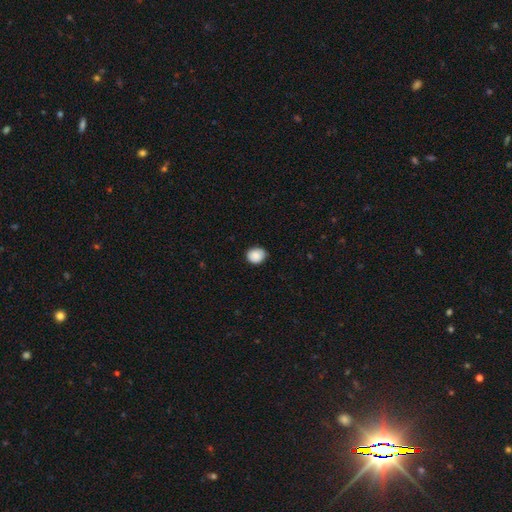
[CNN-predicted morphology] Smooth or featured? smooth (88%)
How rounded? round (68%)
Merging? none (83%)